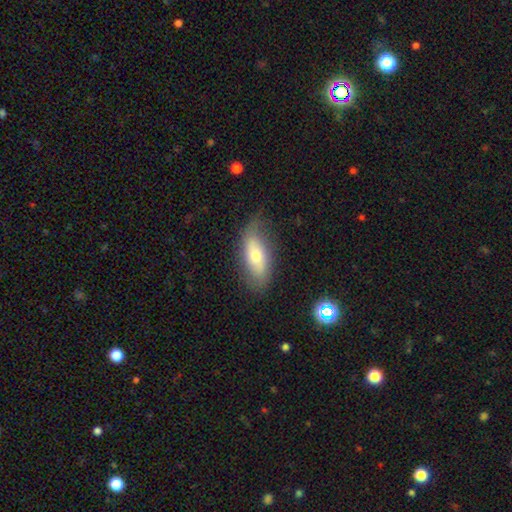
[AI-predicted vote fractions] Smooth or featured? smooth (53%)
How rounded? in between (74%)
Merging? none (71%)